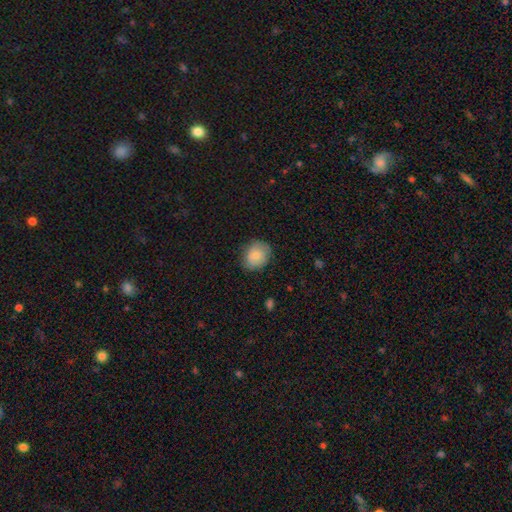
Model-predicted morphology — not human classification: This is clearly a smooth galaxy (84%). How rounded: likely round (66%). Merging: likely none (78%).